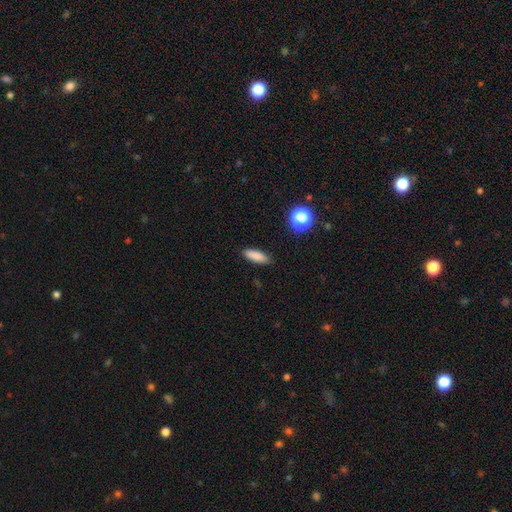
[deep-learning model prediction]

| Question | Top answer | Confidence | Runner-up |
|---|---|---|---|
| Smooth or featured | smooth | 85% | star or artifact (9%) |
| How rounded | in between | 55% | cigar-shaped (41%) |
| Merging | none | 86% | minor disturbance (10%) |